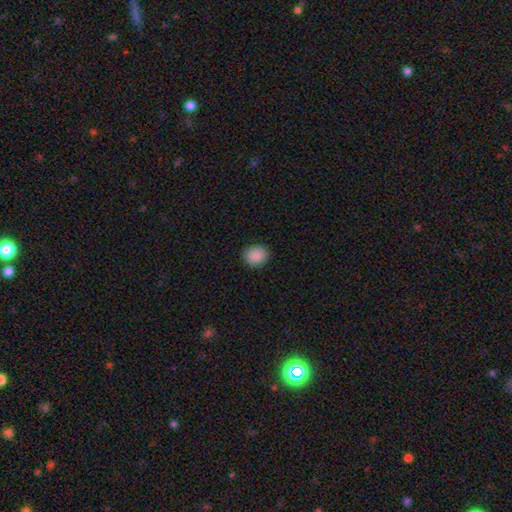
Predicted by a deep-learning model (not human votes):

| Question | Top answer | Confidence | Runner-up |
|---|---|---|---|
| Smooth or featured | smooth | 89% | star or artifact (9%) |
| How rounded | round | 78% | in between (21%) |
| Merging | none | 90% | minor disturbance (7%) |